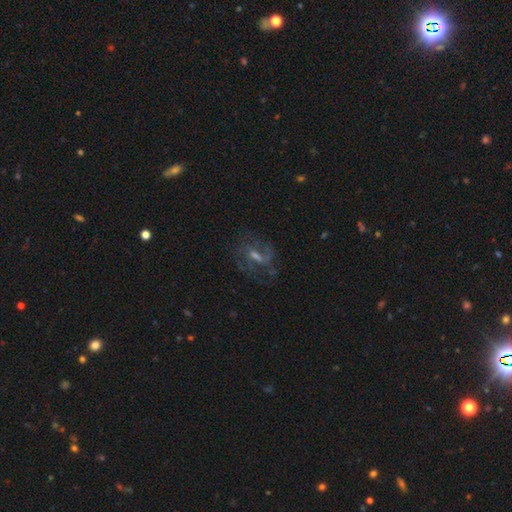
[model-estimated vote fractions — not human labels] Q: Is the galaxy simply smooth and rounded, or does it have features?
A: featured or disk — 71%.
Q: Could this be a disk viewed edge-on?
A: no — 95%.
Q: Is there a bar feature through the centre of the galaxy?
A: weak — 53%.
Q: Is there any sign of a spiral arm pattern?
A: yes — 87%.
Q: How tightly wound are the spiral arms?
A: medium — 48%.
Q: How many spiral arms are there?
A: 2 — 53%.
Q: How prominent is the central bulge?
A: moderate — 40%.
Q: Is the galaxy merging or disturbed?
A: none — 64%.